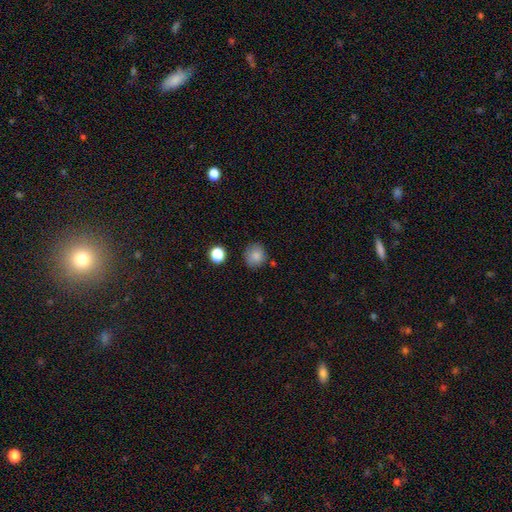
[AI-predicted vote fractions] This is clearly a smooth galaxy (84%). How rounded: clearly round (84%). Merging: likely none (80%).